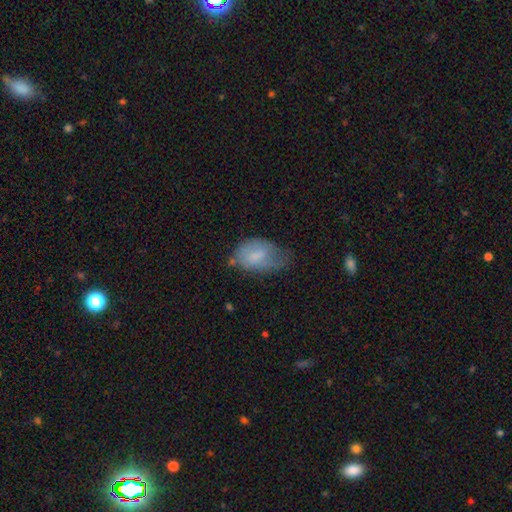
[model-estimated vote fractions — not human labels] Smooth or featured? smooth (69%)
How rounded? in between (89%)
Merging? minor disturbance (40%)